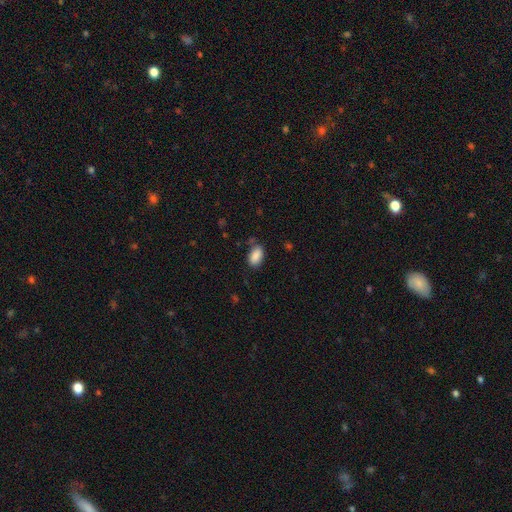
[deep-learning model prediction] The model was most divided on "merging": none: 77%, minor disturbance: 16%, major disturbance: 4%, merger: 3%. More confident: how rounded — in between (93%); smooth or featured — smooth (89%).